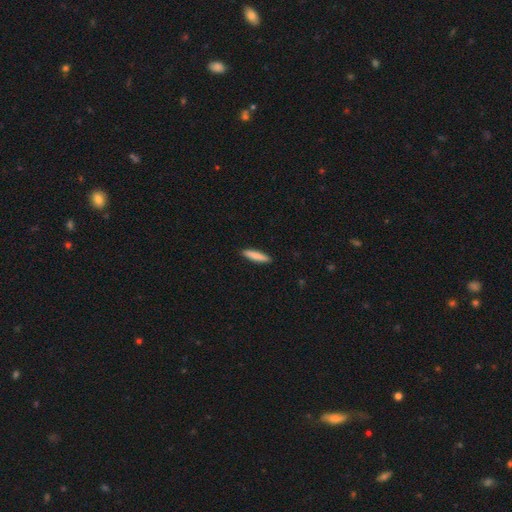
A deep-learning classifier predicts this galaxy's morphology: Smooth or featured? Predicted: smooth (p=0.84). How rounded? Predicted: cigar-shaped (p=0.83). Merging? Predicted: none (p=0.91).